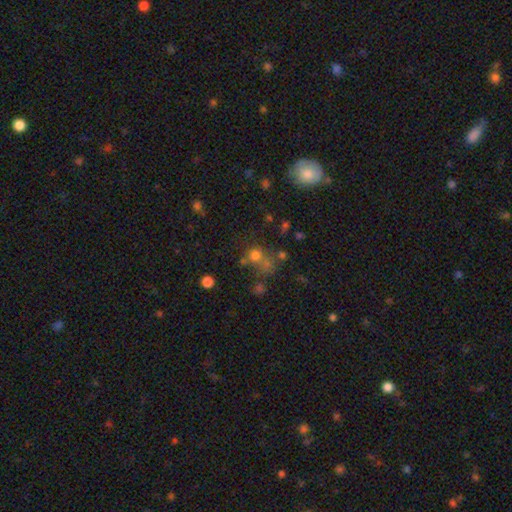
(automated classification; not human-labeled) smooth_or_featured: smooth (p=0.63) [alt: star or artifact p=0.23]
how_rounded: round (p=0.82) [alt: in between p=0.17]
merging: none (p=0.48) [alt: merger p=0.32]